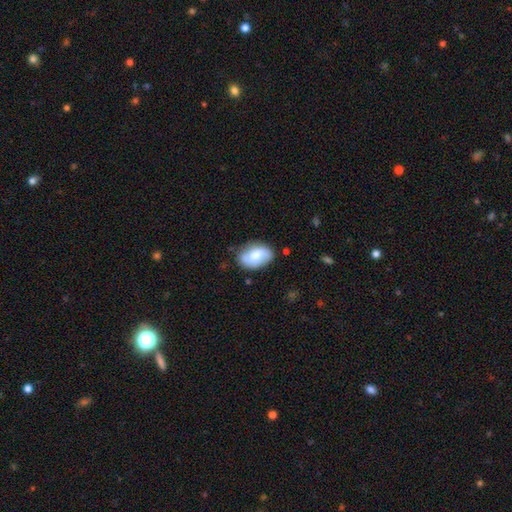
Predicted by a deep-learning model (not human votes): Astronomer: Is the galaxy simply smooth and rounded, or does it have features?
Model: smooth — 56% (runner-up: featured or disk, 37%).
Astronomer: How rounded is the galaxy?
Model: in between — 86%.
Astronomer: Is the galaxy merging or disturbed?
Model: none — 71%.